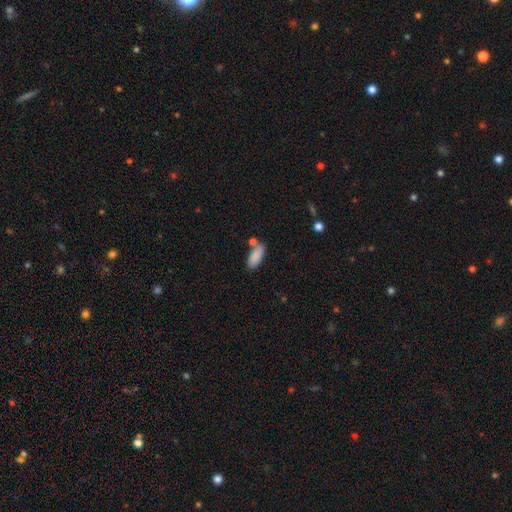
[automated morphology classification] smooth-or-featured: smooth: 88% | star or artifact: 7% | featured or disk: 6%
  how-rounded: in between: 79% | cigar-shaped: 19% | round: 2%
  merging: none: 68% | merger: 15% | minor disturbance: 14% | major disturbance: 4%